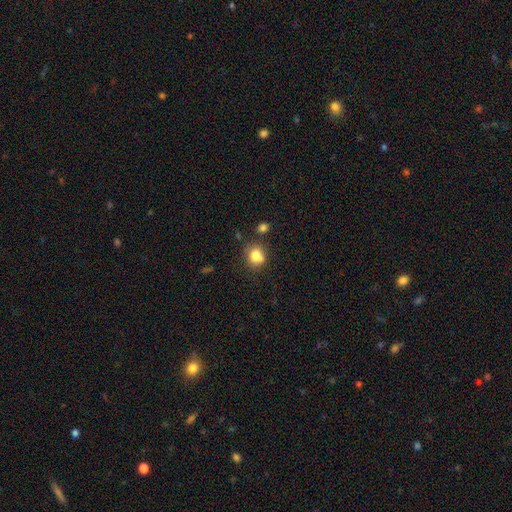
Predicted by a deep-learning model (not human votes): Smooth or featured? smooth (81%)
How rounded? round (71%)
Merging? none (64%)